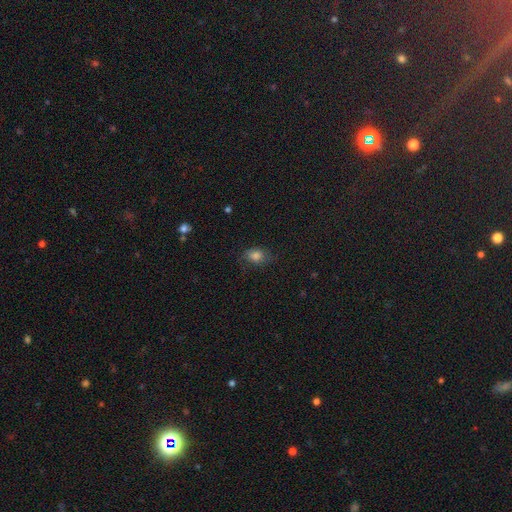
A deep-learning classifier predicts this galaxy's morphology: type=smooth (78%); roundness=in between (72%); merging=none (70%).